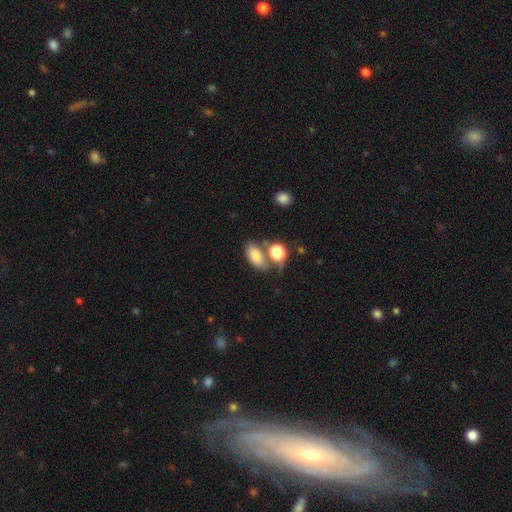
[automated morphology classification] Overall: smooth (77%). How rounded: in between (86%). Merging: none (48%; merger 29%).